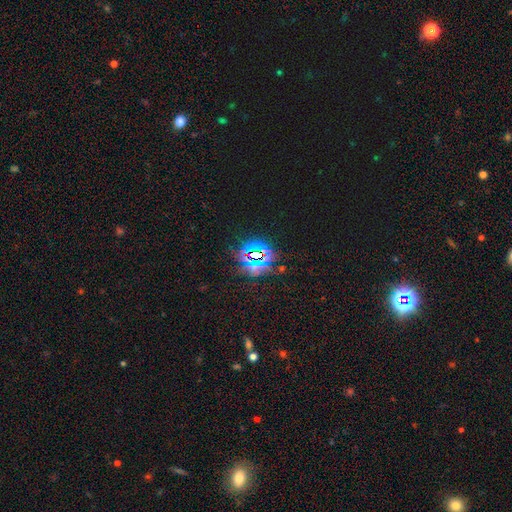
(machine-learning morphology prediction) Smooth or featured: star or artifact — 78% (smooth — 13%)